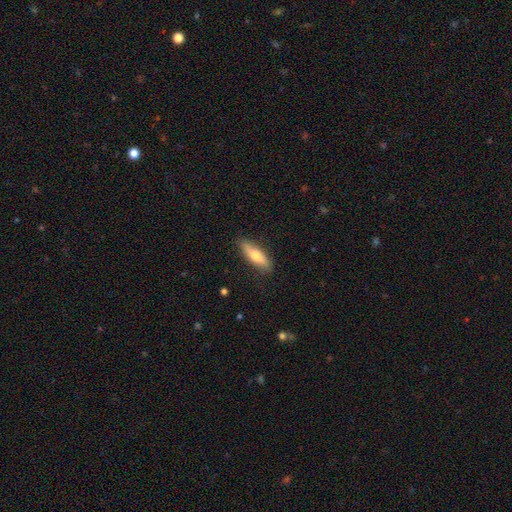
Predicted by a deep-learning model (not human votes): smooth_or_featured: smooth (p=0.65) [alt: featured or disk p=0.29]
how_rounded: cigar-shaped (p=0.58) [alt: in between p=0.40]
merging: none (p=0.84) [alt: minor disturbance p=0.12]